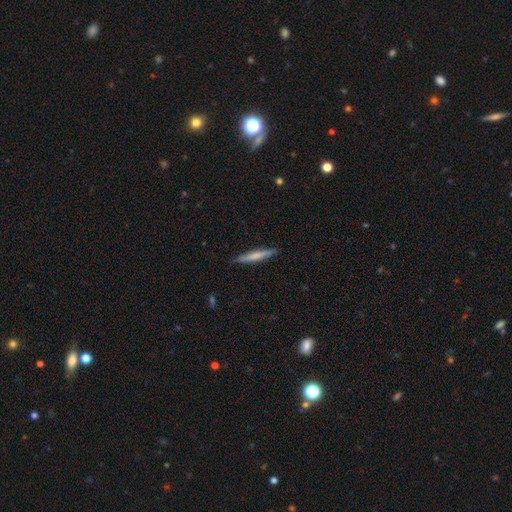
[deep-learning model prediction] Smooth or featured?
  - smooth: 62% *
  - featured or disk: 33%
  - star or artifact: 6%
How rounded?
  - cigar-shaped: 95% *
  - in between: 4%
  - round: 1%
Merging?
  - none: 89% *
  - minor disturbance: 9%
  - major disturbance: 2%
  - merger: 1%